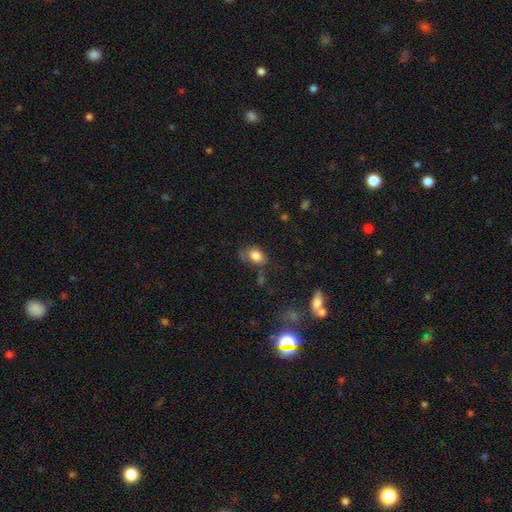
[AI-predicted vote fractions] The model was most divided on "merging": none: 58%, minor disturbance: 27%, major disturbance: 10%, merger: 6%. More confident: smooth or featured — smooth (82%); how rounded — in between (70%).